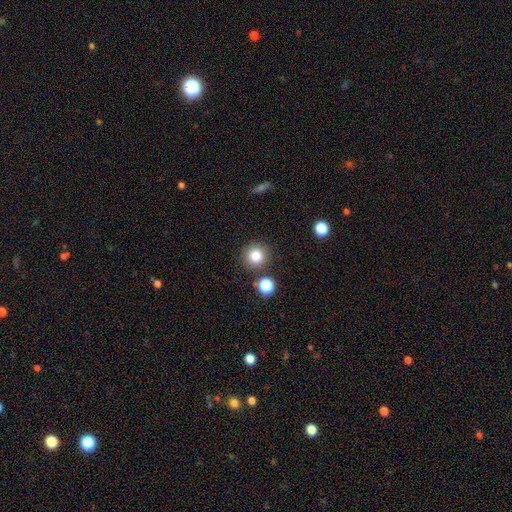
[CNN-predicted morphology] Smooth or featured? smooth (81%)
How rounded? round (94%)
Merging? none (85%)